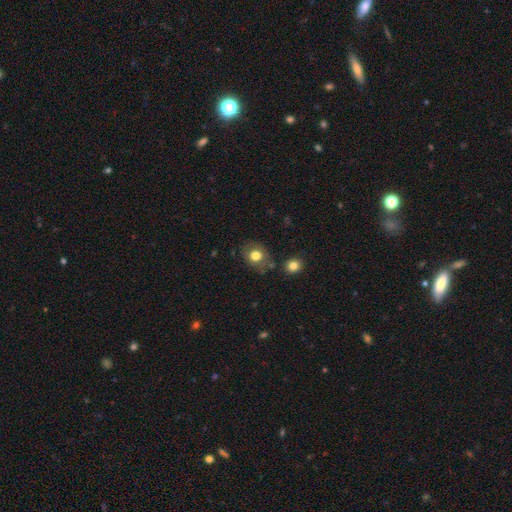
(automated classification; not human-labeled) Overall: smooth (78%). How rounded: round (67%; in between 32%). Merging: none (74%).